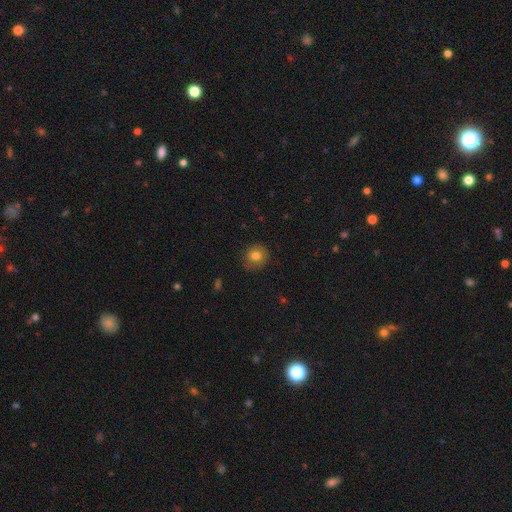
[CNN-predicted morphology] Smooth or featured?
  - smooth: 78% *
  - featured or disk: 11%
  - star or artifact: 10%
How rounded?
  - round: 83% *
  - in between: 16%
  - cigar-shaped: 1%
Merging?
  - none: 83% *
  - minor disturbance: 13%
  - major disturbance: 3%
  - merger: 1%